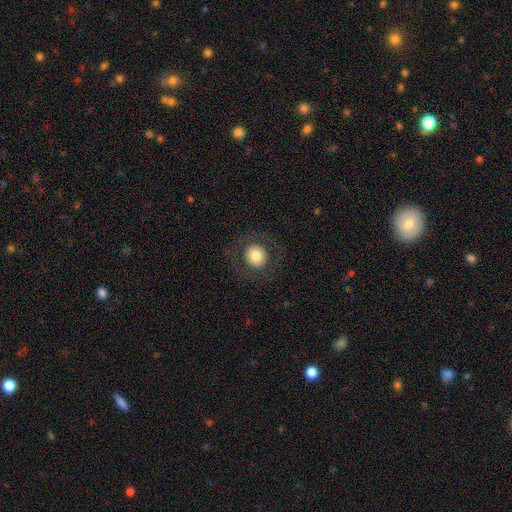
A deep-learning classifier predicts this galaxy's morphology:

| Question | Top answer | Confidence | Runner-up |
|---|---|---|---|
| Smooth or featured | smooth | 70% | featured or disk (21%) |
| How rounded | round | 93% | in between (6%) |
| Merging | none | 86% | minor disturbance (7%) |